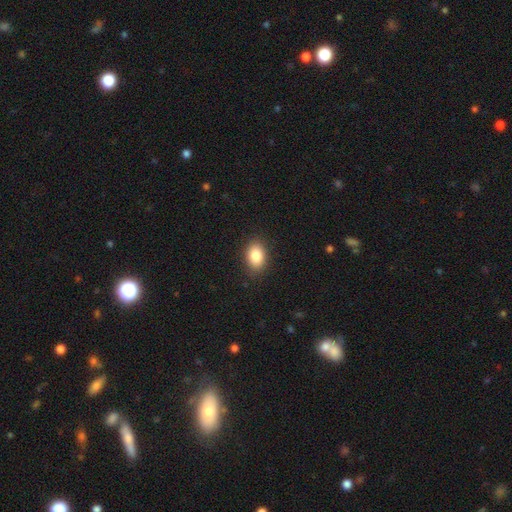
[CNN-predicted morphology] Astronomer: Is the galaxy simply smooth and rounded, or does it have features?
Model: smooth — 85%.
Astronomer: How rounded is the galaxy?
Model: in between — 81%.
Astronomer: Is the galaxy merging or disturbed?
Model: none — 87%.